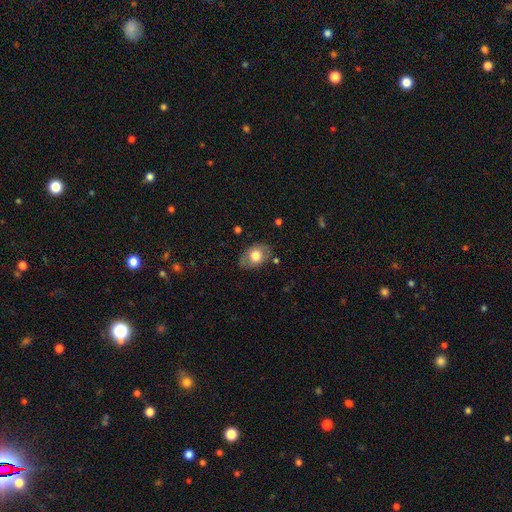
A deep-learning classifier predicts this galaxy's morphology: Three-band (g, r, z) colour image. It shows a smooth galaxy with no disk features (69%) that is in between round and cigar-shaped (76%). Merging: none (73%).